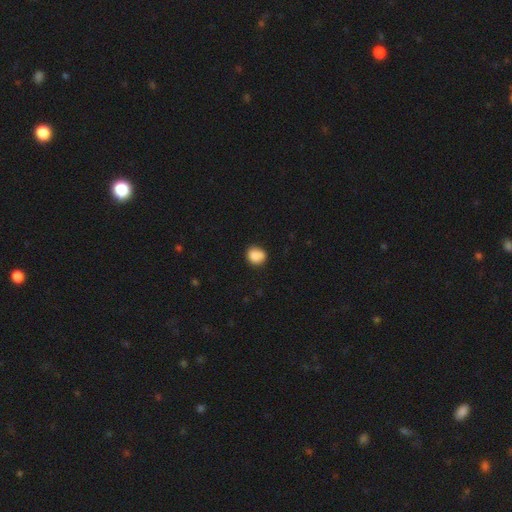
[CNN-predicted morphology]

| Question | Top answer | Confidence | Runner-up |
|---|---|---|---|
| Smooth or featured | smooth | 86% | star or artifact (9%) |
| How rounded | round | 72% | in between (27%) |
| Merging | none | 70% | minor disturbance (20%) |